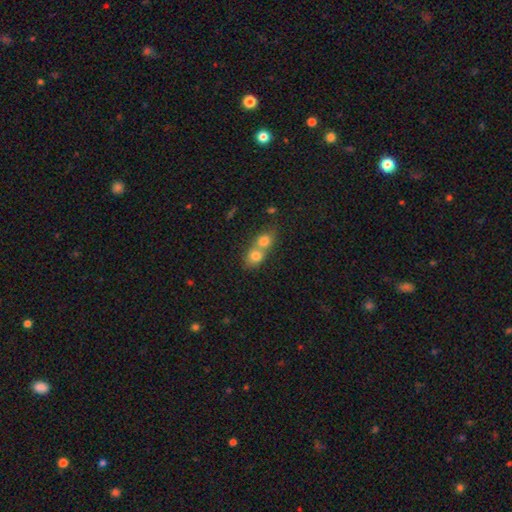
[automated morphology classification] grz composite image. It shows a smooth galaxy with no disk features (77%) that is round (60%). Merging: merger (71%).